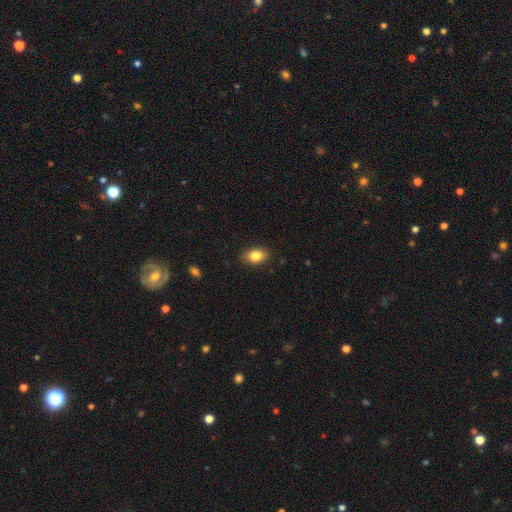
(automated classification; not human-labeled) Smooth or featured?
  - smooth: 84% *
  - star or artifact: 8%
  - featured or disk: 8%
How rounded?
  - in between: 83% *
  - round: 15%
  - cigar-shaped: 2%
Merging?
  - none: 87% *
  - minor disturbance: 10%
  - major disturbance: 2%
  - merger: 1%